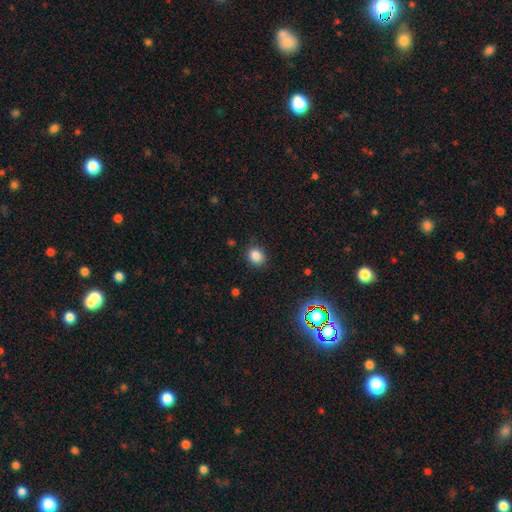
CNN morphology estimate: smooth 84%, star or artifact 12%, featured or disk 4%. Down the decision tree: how rounded — round (70%); merging — none (85%).